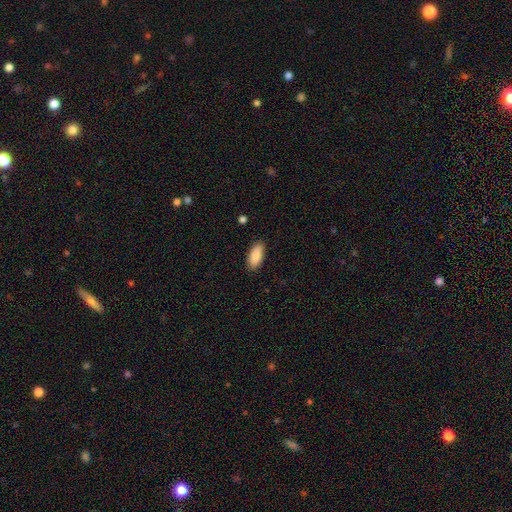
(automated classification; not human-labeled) Overall: smooth (90%). How rounded: in between (86%). Merging: none (88%).